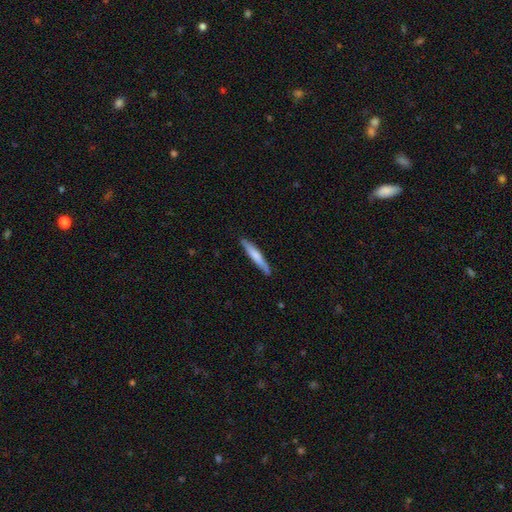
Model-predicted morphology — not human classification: smooth_or_featured: smooth (p=0.62) [alt: featured or disk p=0.33]
how_rounded: cigar-shaped (p=0.93) [alt: in between p=0.05]
merging: none (p=0.87) [alt: minor disturbance p=0.10]